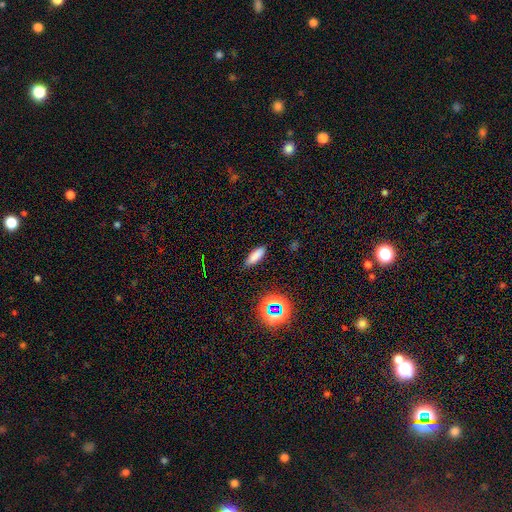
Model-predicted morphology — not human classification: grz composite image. It shows a smooth galaxy with no disk features (77%) that is in between round and cigar-shaped (52%). Merging: none (86%).